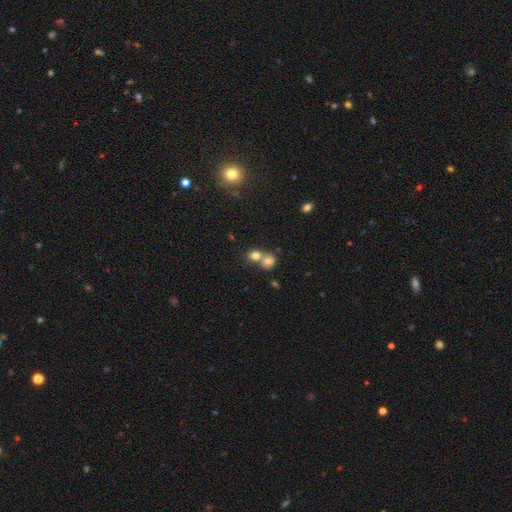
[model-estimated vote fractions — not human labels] Smooth or featured: smooth — 76% (star or artifact — 12%)
How rounded: round — 65% (in between — 34%)
Merging: merger — 59% (none — 32%)